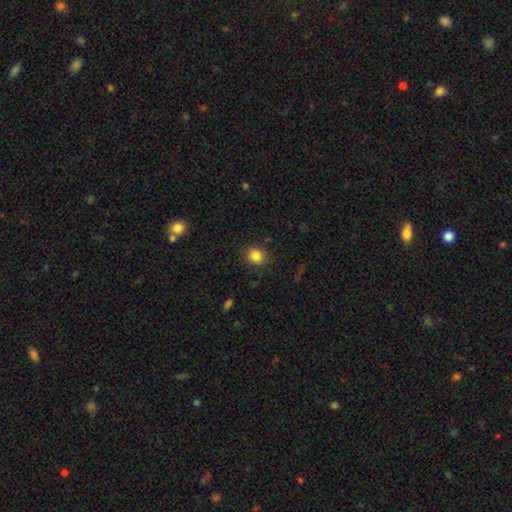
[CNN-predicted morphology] Smooth or featured: smooth — 85% (star or artifact — 11%)
How rounded: round — 83% (in between — 16%)
Merging: none — 87% (minor disturbance — 9%)